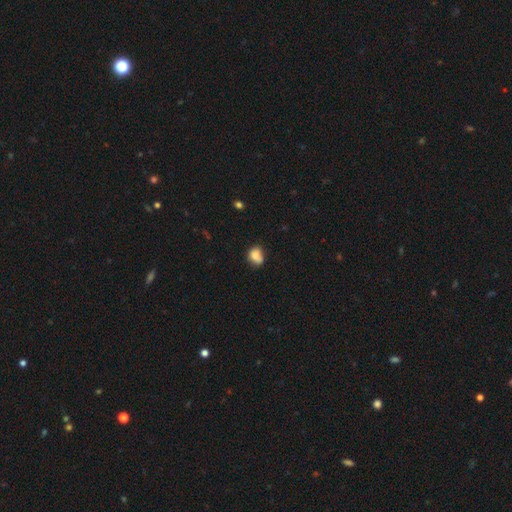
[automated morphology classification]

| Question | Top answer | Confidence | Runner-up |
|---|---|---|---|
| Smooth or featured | smooth | 81% | star or artifact (10%) |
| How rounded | round | 50% | in between (49%) |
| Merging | none | 51% | minor disturbance (29%) |